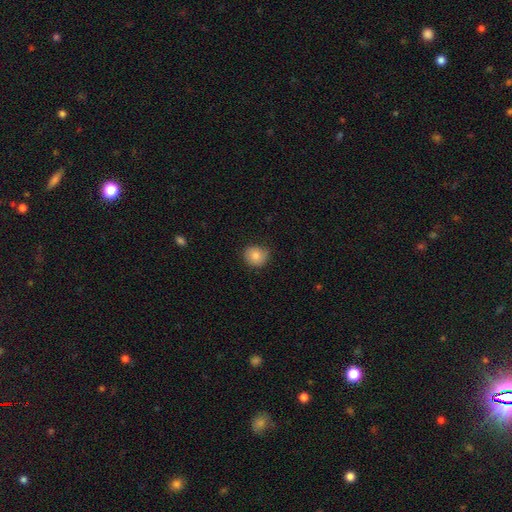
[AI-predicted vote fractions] Smooth or featured? smooth (83%)
How rounded? round (80%)
Merging? none (78%)